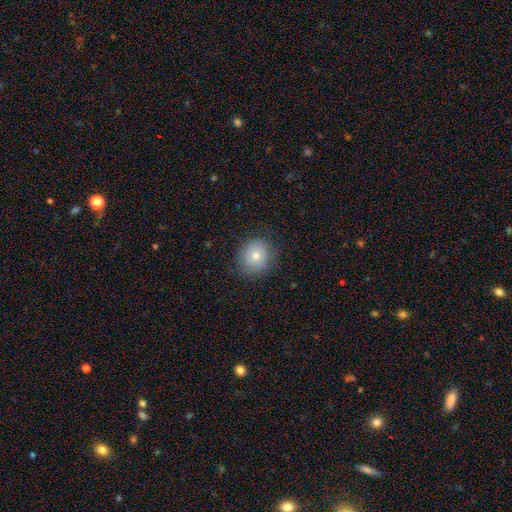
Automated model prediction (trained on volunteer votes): This is likely a smooth galaxy (71%). How rounded: clearly round (87%). Merging: clearly none (82%).